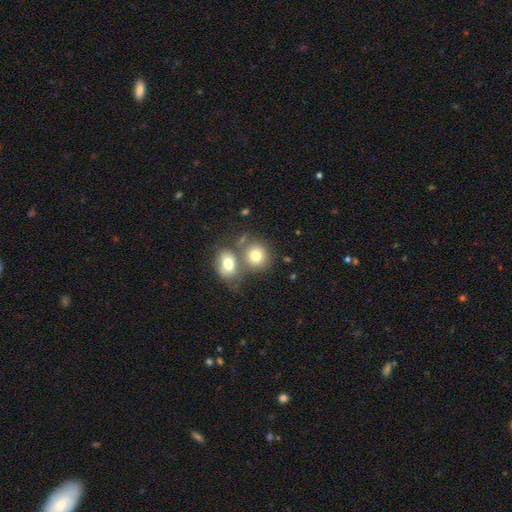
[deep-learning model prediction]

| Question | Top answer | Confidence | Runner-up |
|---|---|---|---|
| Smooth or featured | smooth | 75% | featured or disk (15%) |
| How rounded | round | 73% | in between (26%) |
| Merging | merger | 45% | none (41%) |